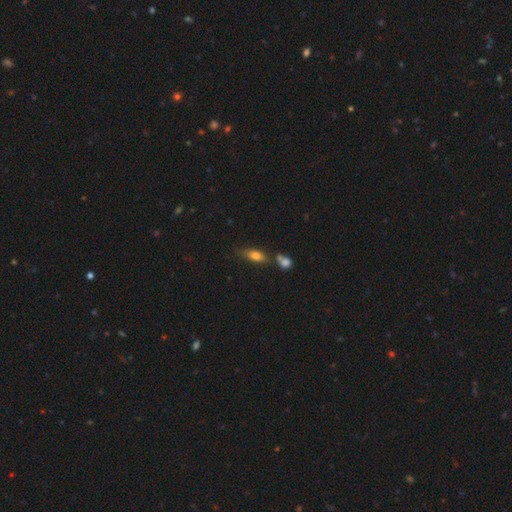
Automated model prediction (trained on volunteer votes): Smooth or featured? Predicted: smooth (p=0.73). How rounded? Predicted: in between (p=0.71). Merging? Predicted: none (p=0.51).